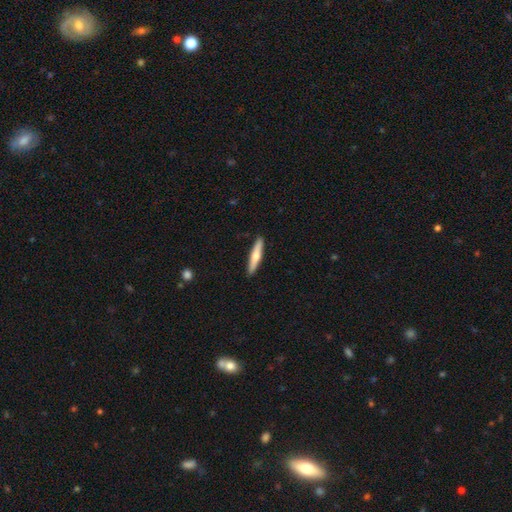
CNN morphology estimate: smooth-or-featured: smooth: 56% | featured or disk: 39% | star or artifact: 5%
  how-rounded: cigar-shaped: 88% | in between: 10% | round: 2%
  merging: none: 91% | minor disturbance: 7% | major disturbance: 1% | merger: 1%